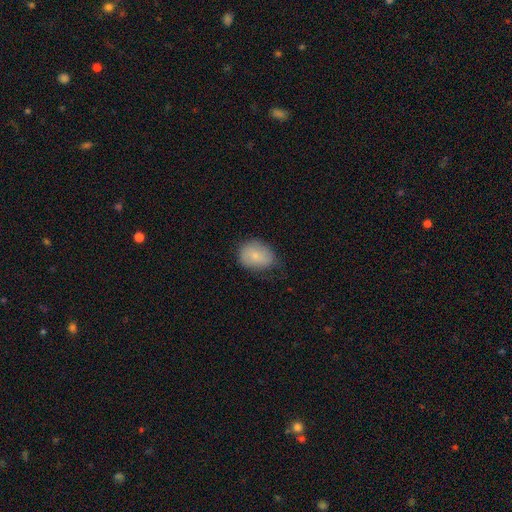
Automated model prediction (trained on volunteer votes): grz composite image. It shows a smooth galaxy with no disk features (78%) that is in between round and cigar-shaped (56%). Merging: none (60%).